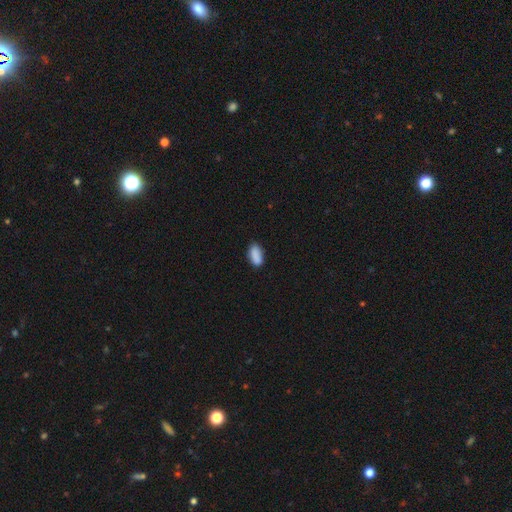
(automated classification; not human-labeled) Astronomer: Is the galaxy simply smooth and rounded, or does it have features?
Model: smooth — 88%.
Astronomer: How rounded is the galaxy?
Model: in between — 91%.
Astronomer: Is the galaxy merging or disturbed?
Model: none — 80%.